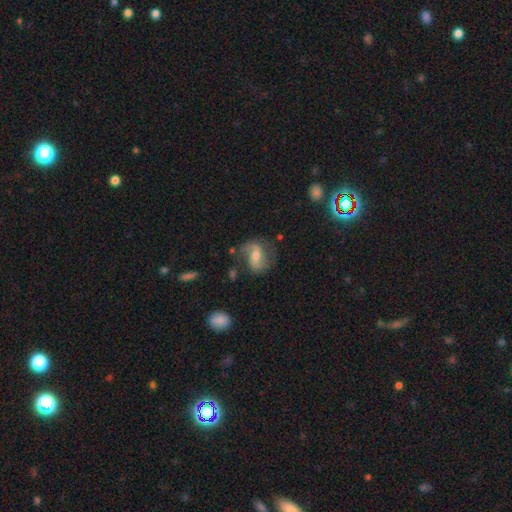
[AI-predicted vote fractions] A featured or disk galaxy (68%) with a weak bar (44%), 2 (82%) medium (43%) spiral arms (87%) and a moderate central bulge (61%).

Vote fractions:
- Smooth or featured? featured or disk: 68% / smooth: 24% / star or artifact: 8%
- Edge-on disk? no: 96% / yes: 4%
- Bar? weak: 44% / strong: 30% / no: 26%
- Spiral arms? yes: 87% / no: 13%
- Spiral winding? medium: 43% / loose: 41% / tight: 16%
- Spiral arm count? 2: 82% / 1: 8% / can't tell: 8% / 3: 1% / 4: 1% / more than 4: 1%
- Bulge size? moderate: 61% / small: 31% / large: 5% / none: 2% / dominant: 1%
- Merging? none: 63% / minor disturbance: 21% / major disturbance: 12% / merger: 3%